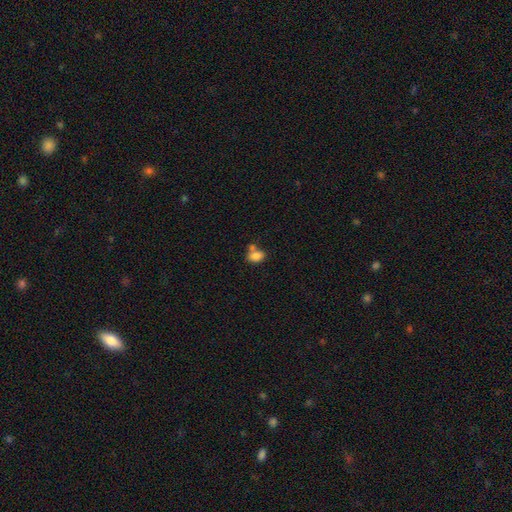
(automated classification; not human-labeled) smooth 82%, star or artifact 10%, featured or disk 8%. Down the decision tree: how rounded — in between (78%); merging — none (43%).